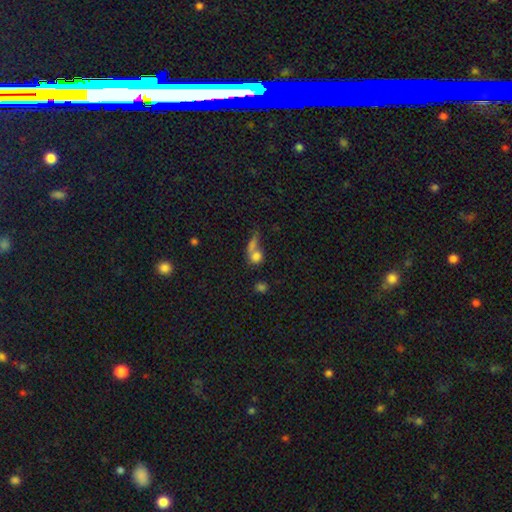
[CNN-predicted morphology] Overall: smooth (73%). How rounded: round (52%; in between 40%). Merging: merger (53%; none 29%).